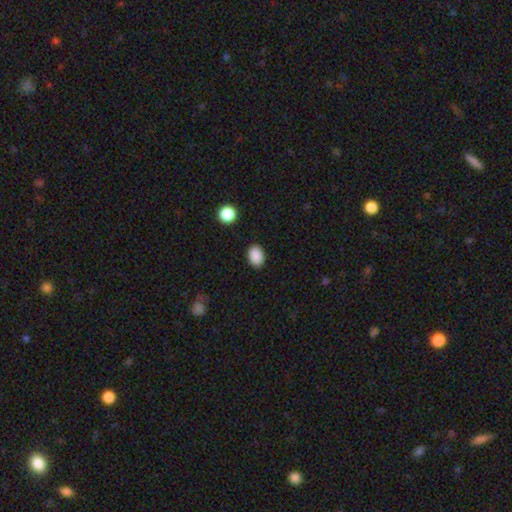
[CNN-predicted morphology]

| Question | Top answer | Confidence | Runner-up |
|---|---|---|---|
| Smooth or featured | smooth | 89% | star or artifact (8%) |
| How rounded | in between | 75% | round (24%) |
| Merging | none | 87% | minor disturbance (9%) |